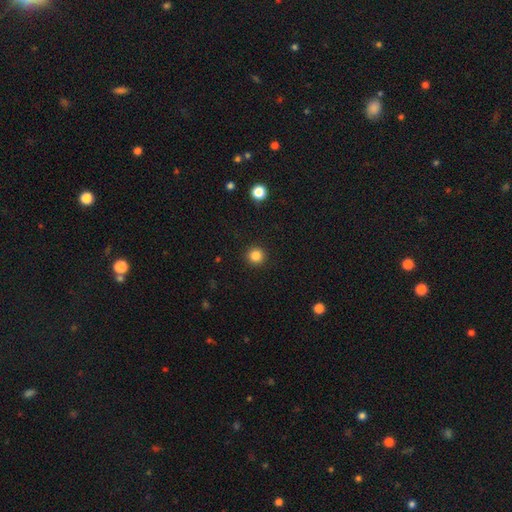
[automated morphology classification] Smooth or featured? Predicted: smooth (p=0.84). How rounded? Predicted: round (p=0.96). Merging? Predicted: none (p=0.93).